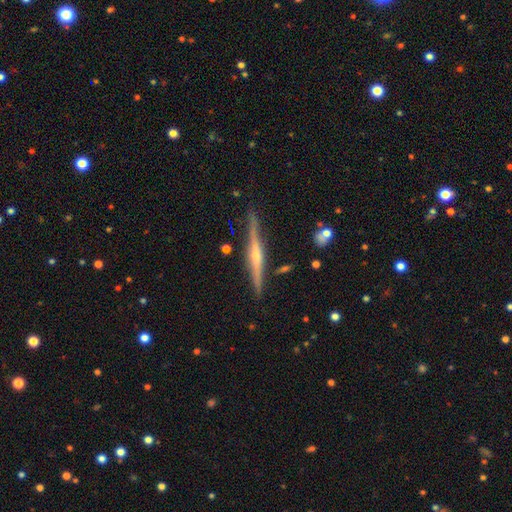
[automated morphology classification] smooth-or-featured: featured or disk: 81% | smooth: 13% | star or artifact: 5%
  disk-edge-on: yes: 98% | no: 2%
    edge-on-bulge: rounded: 76% | none: 15% | boxy: 9%
  merging: none: 87% | minor disturbance: 9% | merger: 2% | major disturbance: 2%